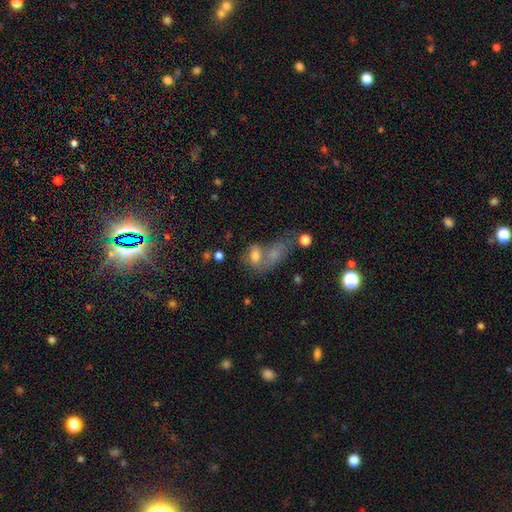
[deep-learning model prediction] smooth-or-featured: smooth: 68% | featured or disk: 19% | star or artifact: 14%
  how-rounded: in between: 71% | round: 25% | cigar-shaped: 4%
  merging: merger: 49% | none: 31% | minor disturbance: 12% | major disturbance: 9%